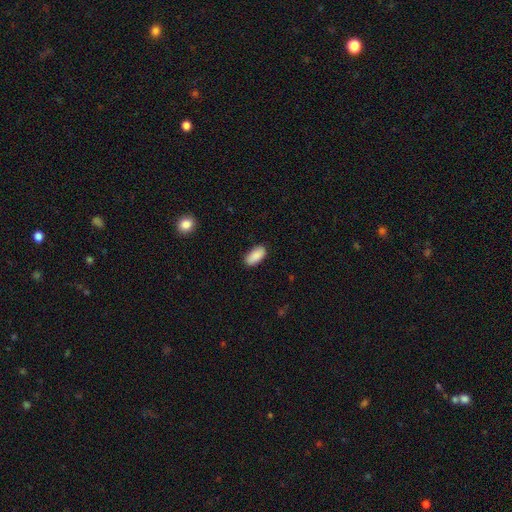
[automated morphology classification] smooth 90%, star or artifact 6%, featured or disk 4%. Down the decision tree: how rounded — in between (92%); merging — none (87%).